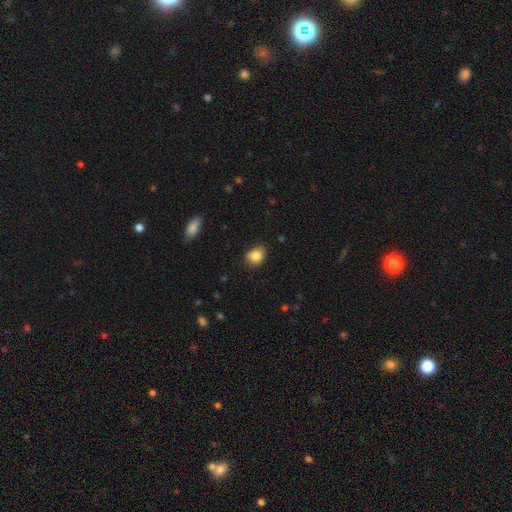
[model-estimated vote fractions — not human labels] Smooth or featured? Predicted: smooth (p=0.85). How rounded? Predicted: round (p=0.51). Merging? Predicted: none (p=0.79).